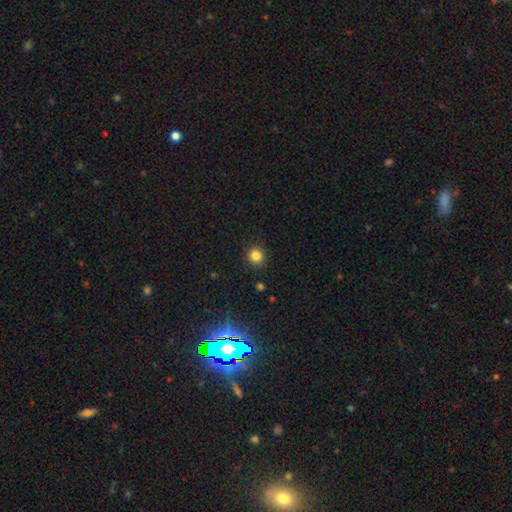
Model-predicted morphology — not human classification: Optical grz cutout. It shows a smooth galaxy with no disk features (83%) that is round (93%). Merging: none (91%).